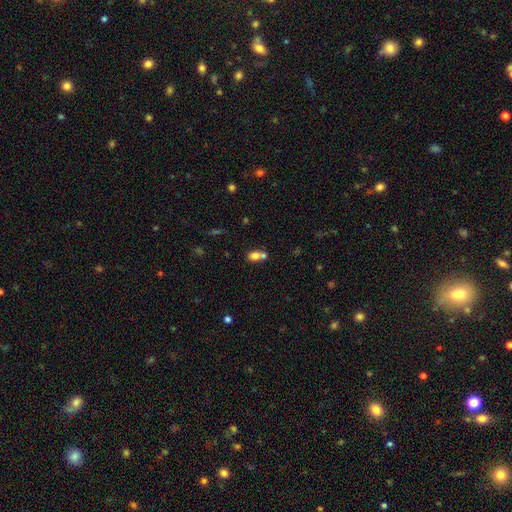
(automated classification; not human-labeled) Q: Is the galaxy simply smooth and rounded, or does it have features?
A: smooth — 76%.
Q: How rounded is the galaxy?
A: in between — 64%.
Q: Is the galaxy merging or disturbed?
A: merger — 54%.